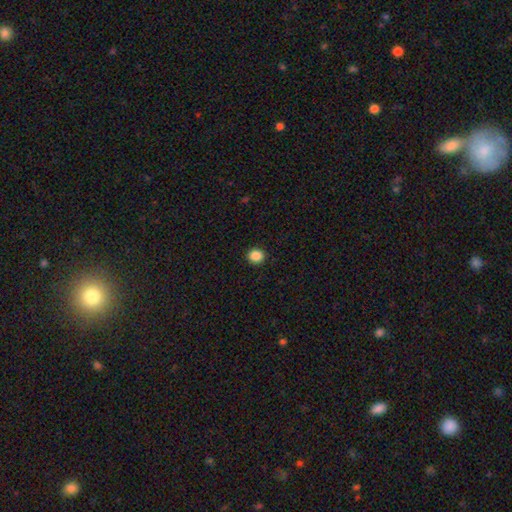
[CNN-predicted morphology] A smooth galaxy with no disk features (87%) that is round (81%).

Vote fractions:
- Smooth or featured? smooth: 87% / star or artifact: 10% / featured or disk: 3%
- How rounded? round: 81% / in between: 18% / cigar-shaped: 1%
- Merging? none: 92% / minor disturbance: 5% / major disturbance: 2% / merger: 1%